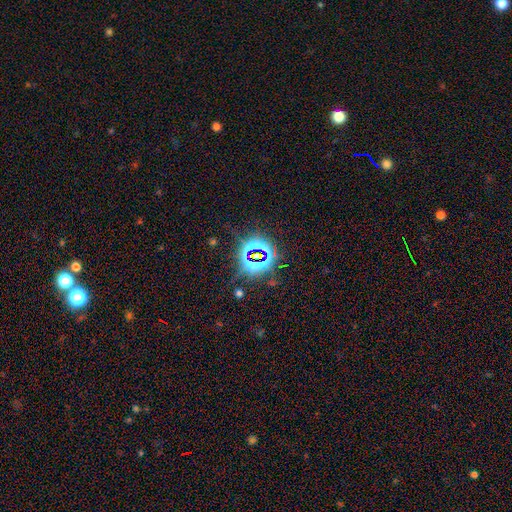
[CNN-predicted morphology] This is clearly a star or artifact rather than a galaxy (81%).